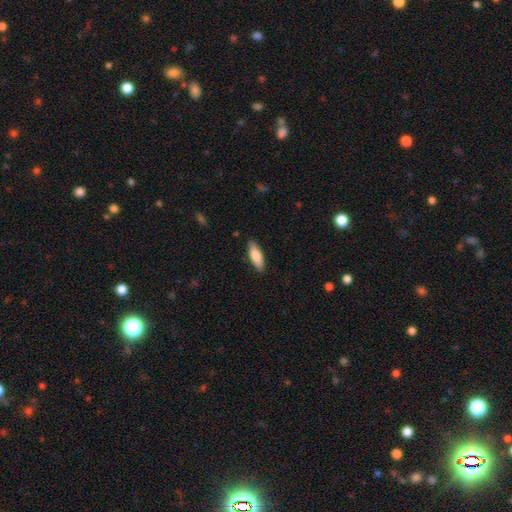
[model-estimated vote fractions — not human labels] Smooth or featured: smooth — 81% (featured or disk — 14%)
How rounded: in between — 61% (cigar-shaped — 37%)
Merging: none — 87% (minor disturbance — 10%)